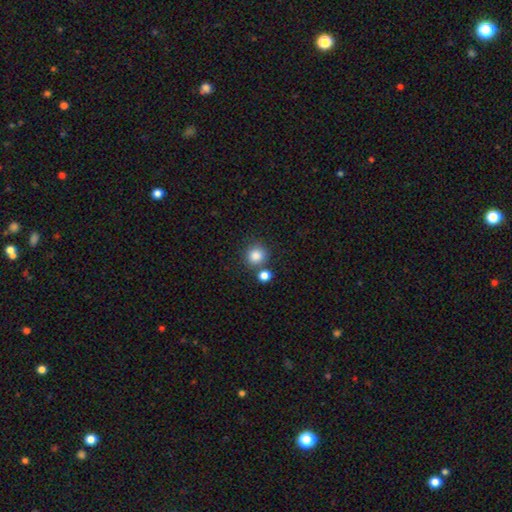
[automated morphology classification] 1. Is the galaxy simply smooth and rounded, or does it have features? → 85% smooth, 10% star or artifact, 5% featured or disk.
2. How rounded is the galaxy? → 90% round, 9% in between, 1% cigar-shaped.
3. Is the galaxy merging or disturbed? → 73% none, 15% merger, 9% minor disturbance, 3% major disturbance.